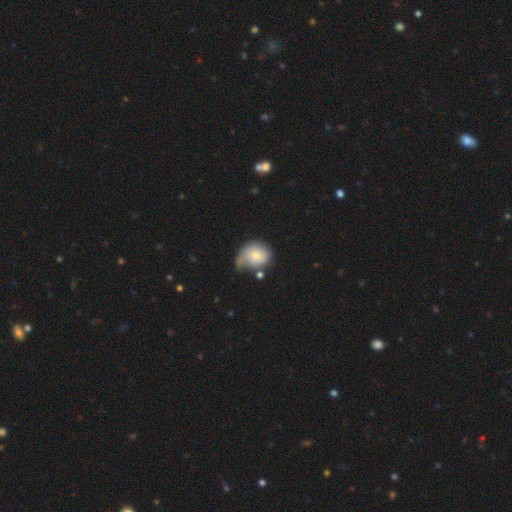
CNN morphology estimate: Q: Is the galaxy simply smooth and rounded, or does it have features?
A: smooth — 63%.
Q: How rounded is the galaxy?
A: round — 64%.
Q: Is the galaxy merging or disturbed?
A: minor disturbance — 35%.